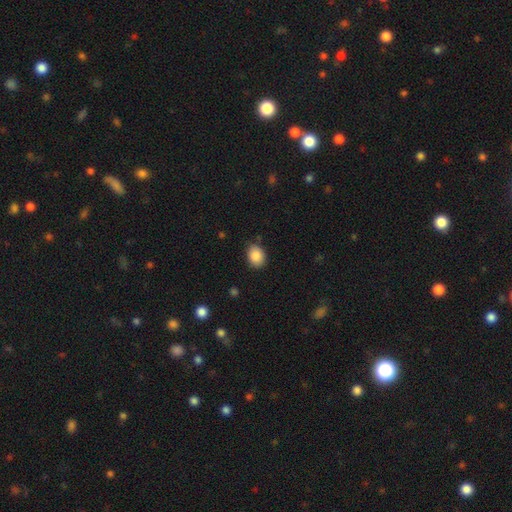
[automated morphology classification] Smooth or featured: smooth — 87% (star or artifact — 8%)
How rounded: in between — 62% (round — 37%)
Merging: none — 81% (minor disturbance — 15%)